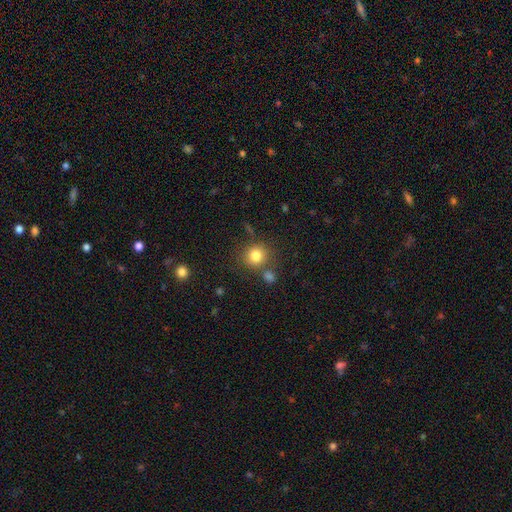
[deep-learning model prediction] Morphology: type=smooth (81%); roundness=round (88%); merging=none (76%).